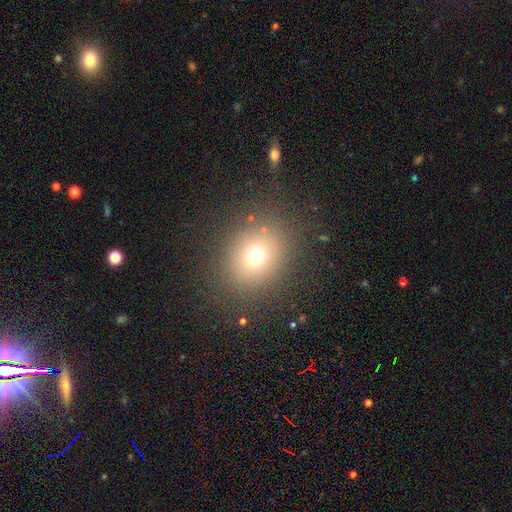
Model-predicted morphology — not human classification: smooth_or_featured: smooth (p=0.69) [alt: star or artifact p=0.20]
how_rounded: round (p=0.72) [alt: in between p=0.27]
merging: none (p=0.85) [alt: minor disturbance p=0.08]